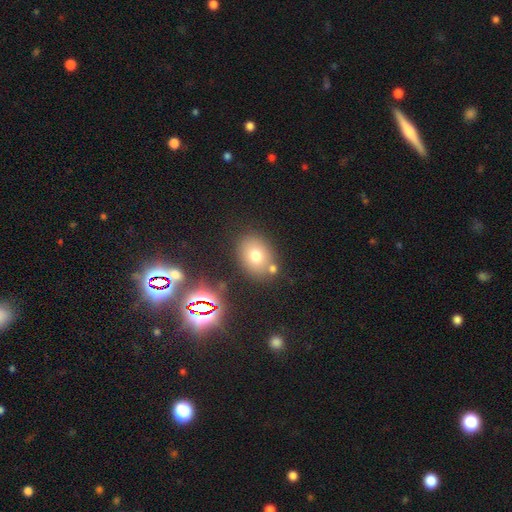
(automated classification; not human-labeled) This is likely a smooth galaxy (71%). How rounded: likely in between (61%). Merging: likely none (74%).